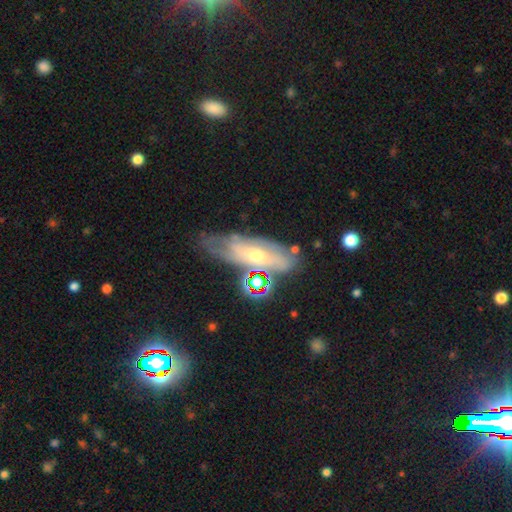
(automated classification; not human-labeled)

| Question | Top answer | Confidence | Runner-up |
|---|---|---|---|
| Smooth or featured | featured or disk | 66% | smooth (24%) |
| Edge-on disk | no | 75% | yes (25%) |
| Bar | no | 69% | weak (24%) |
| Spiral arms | yes | 72% | no (28%) |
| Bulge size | moderate | 48% | small (47%) |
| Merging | none | 55% | minor disturbance (26%) |